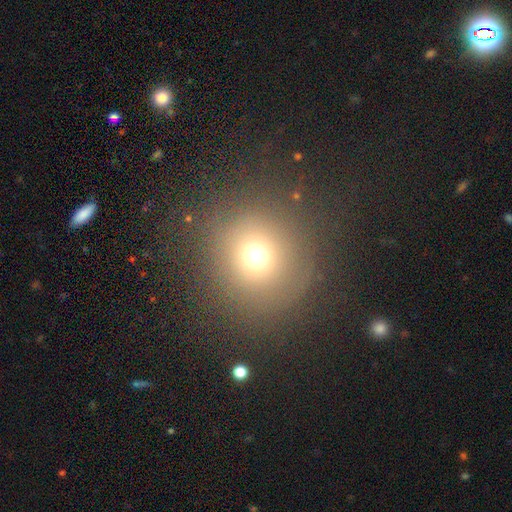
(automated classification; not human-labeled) Q: Smooth or featured?
A: smooth (68%); runner-up: star or artifact (22%)
Q: How rounded?
A: round (93%); runner-up: in between (6%)
Q: Merging?
A: none (83%); runner-up: minor disturbance (8%)